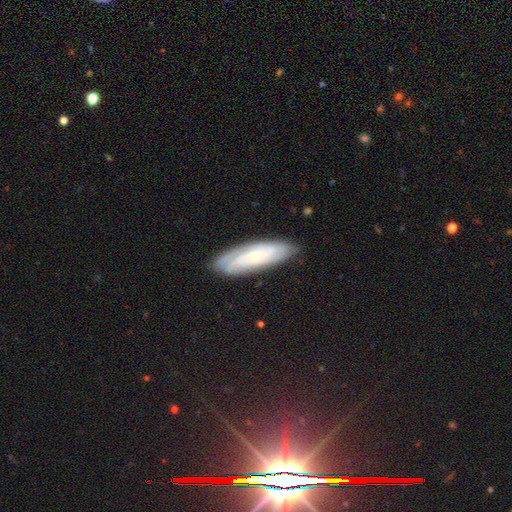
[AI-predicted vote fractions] smooth-or-featured: featured or disk: 61% | smooth: 31% | star or artifact: 8%
  disk-edge-on: no: 77% | yes: 23%
  merging: none: 83% | minor disturbance: 13% | major disturbance: 3% | merger: 1%